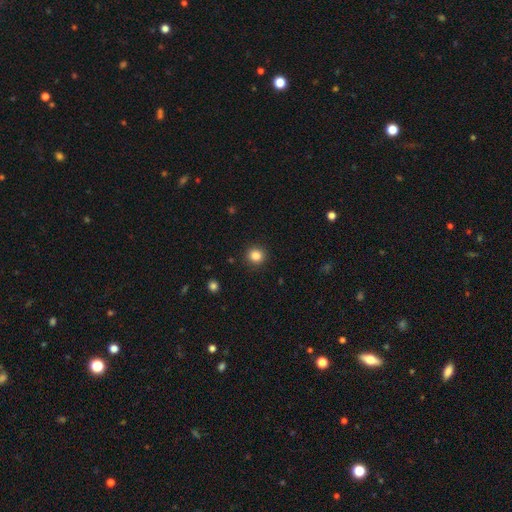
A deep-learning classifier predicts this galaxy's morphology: smooth-or-featured: smooth: 85% | star or artifact: 11% | featured or disk: 4%
  how-rounded: round: 91% | in between: 9% | cigar-shaped: 1%
  merging: none: 91% | minor disturbance: 6% | major disturbance: 2% | merger: 1%